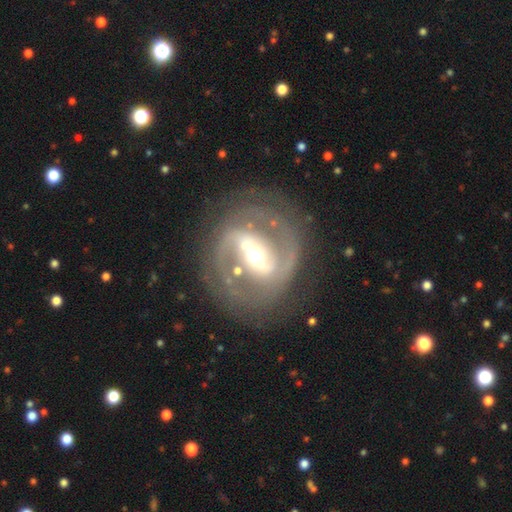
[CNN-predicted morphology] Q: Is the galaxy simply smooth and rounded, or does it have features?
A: featured or disk — 89%.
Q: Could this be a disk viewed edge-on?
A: no — 97%.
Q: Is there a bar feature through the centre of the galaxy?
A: strong — 60%.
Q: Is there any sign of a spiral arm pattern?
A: yes — 93%.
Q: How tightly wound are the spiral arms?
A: medium — 53%.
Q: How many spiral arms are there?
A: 2 — 90%.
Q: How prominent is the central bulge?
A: moderate — 64%.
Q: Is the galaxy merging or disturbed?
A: none — 76%.